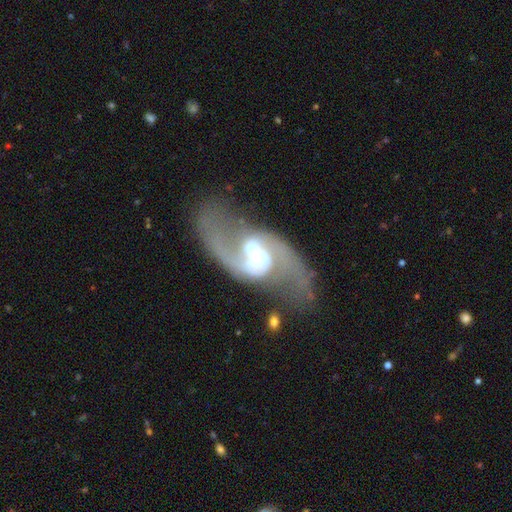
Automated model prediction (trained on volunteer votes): This is clearly a featured or disk galaxy (91%). It is clearly not viewed edge-on (97%). Bar: possibly weak (46%). Spiral arm pattern: clearly yes (97%). Spiral arm count: clearly 2 (93%). Spiral winding: possibly loose (53%). Central bulge: marginally moderate (34%). Merging: possibly none (59%).